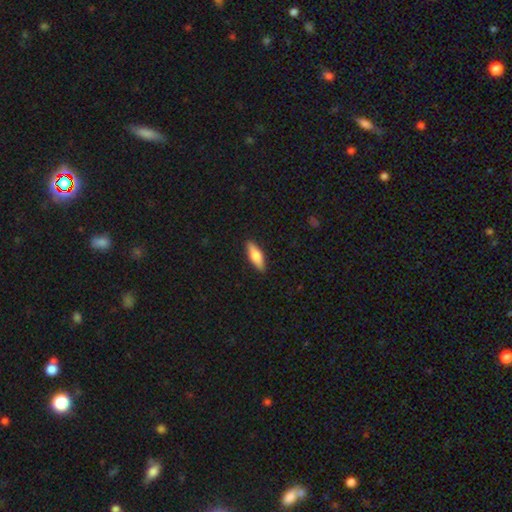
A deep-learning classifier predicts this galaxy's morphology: Smooth or featured? smooth (68%)
How rounded? in between (57%)
Merging? none (90%)